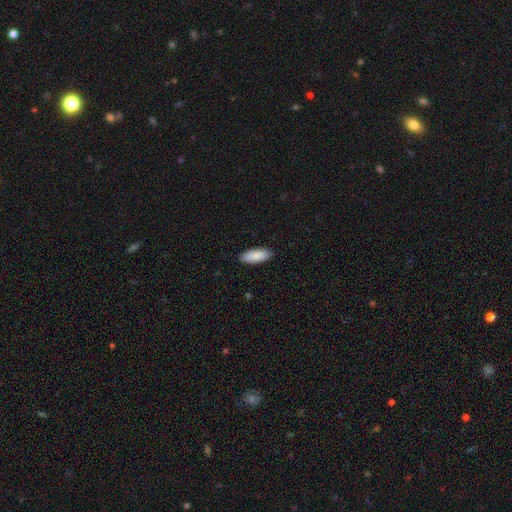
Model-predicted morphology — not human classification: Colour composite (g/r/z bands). It shows a smooth galaxy with no disk features (89%) that is in between round and cigar-shaped (75%). Merging: none (89%).